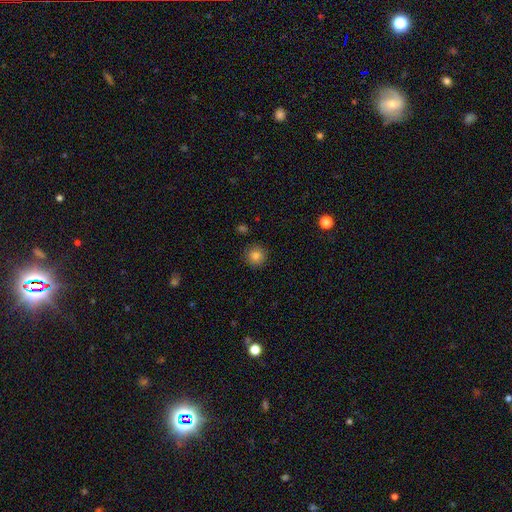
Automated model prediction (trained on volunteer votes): Smooth or featured? smooth (83%)
How rounded? round (95%)
Merging? none (91%)